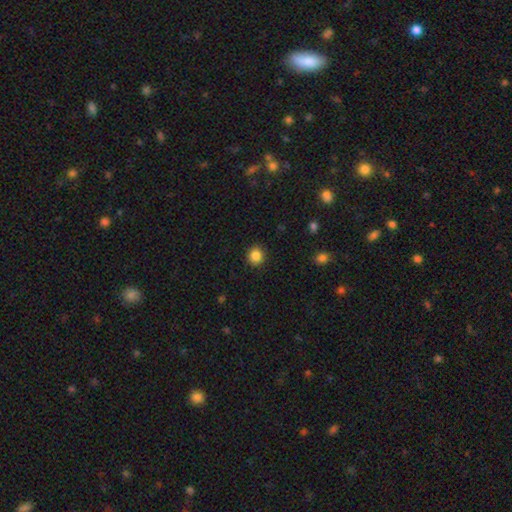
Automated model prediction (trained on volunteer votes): A smooth galaxy with no disk features (85%) that is round (89%).

Vote fractions:
- Smooth or featured? smooth: 85% / star or artifact: 10% / featured or disk: 4%
- How rounded? round: 89% / in between: 10% / cigar-shaped: 1%
- Merging? none: 91% / minor disturbance: 6% / major disturbance: 2% / merger: 1%